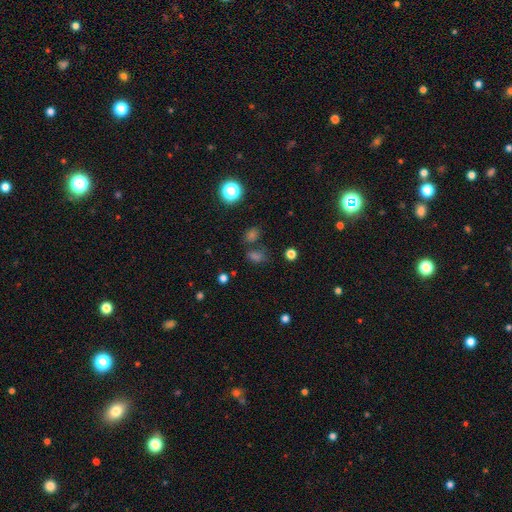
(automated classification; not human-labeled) Overall: smooth (54%; star or artifact 37%). How rounded: in between (61%; round 36%). Merging: none (63%).